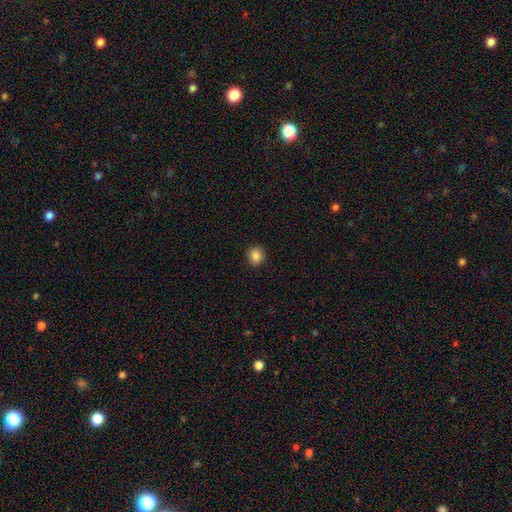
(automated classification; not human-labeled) Smooth or featured: smooth — 87% (star or artifact — 10%)
How rounded: round — 82% (in between — 17%)
Merging: none — 90% (minor disturbance — 7%)